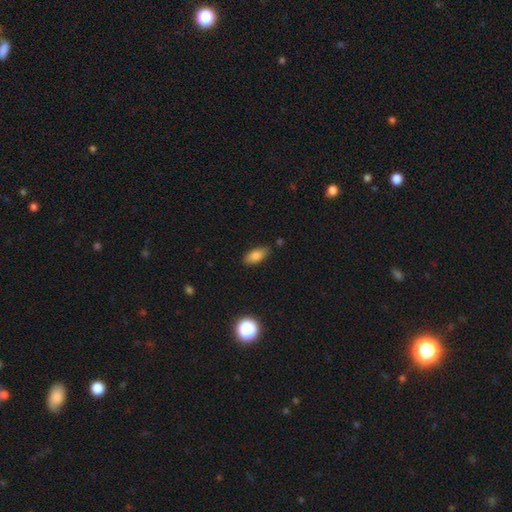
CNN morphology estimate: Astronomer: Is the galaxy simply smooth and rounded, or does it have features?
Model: smooth — 79%.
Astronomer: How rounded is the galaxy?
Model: in between — 85%.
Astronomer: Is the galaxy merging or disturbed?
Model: none — 78%.